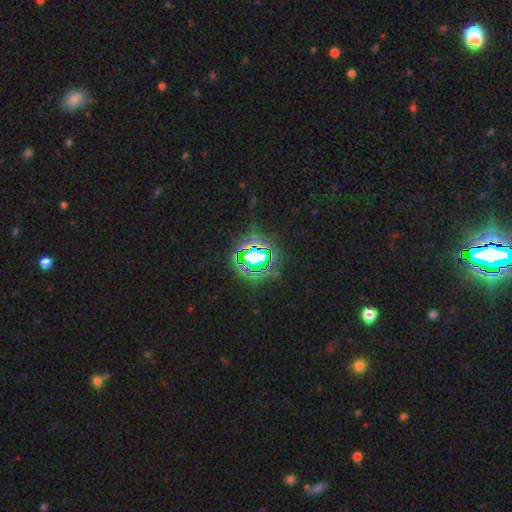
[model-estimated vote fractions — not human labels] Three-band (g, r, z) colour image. It shows a star or artifact, not a galaxy (76%).